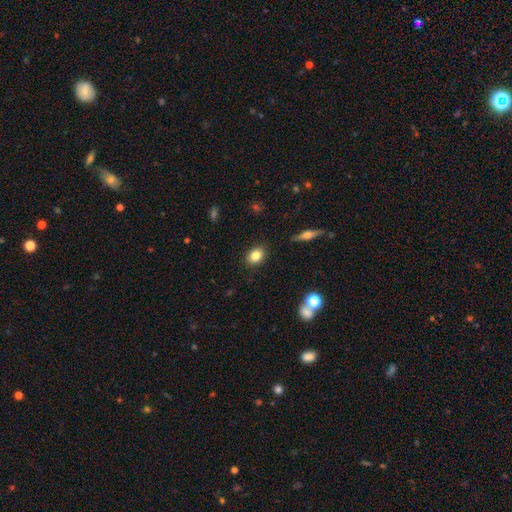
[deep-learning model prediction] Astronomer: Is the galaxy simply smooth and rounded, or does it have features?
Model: smooth — 82%.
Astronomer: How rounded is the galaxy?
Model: in between — 73%.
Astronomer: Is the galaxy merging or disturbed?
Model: none — 88%.